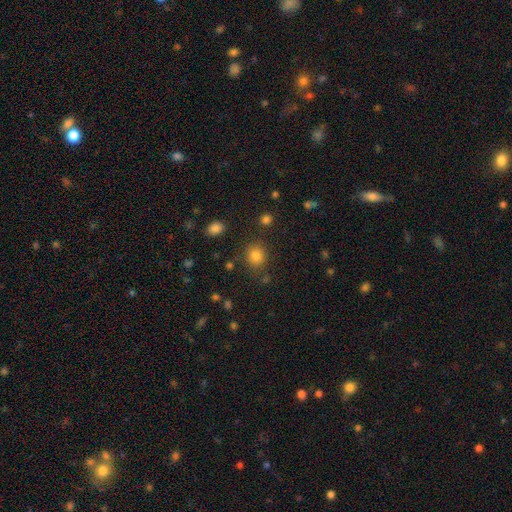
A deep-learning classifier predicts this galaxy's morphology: This appears to be a smooth galaxy with no disk features (83%) that is round (79%). Merging: none (82%).